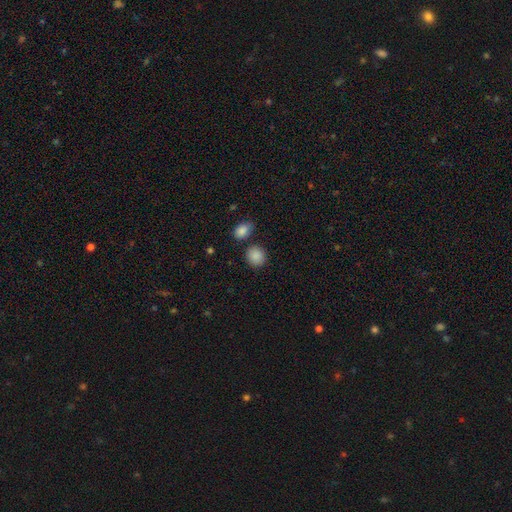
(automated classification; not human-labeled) Smooth or featured?
  - smooth: 88% *
  - star or artifact: 8%
  - featured or disk: 4%
How rounded?
  - round: 79% *
  - in between: 20%
  - cigar-shaped: 1%
Merging?
  - none: 80% *
  - minor disturbance: 10%
  - merger: 8%
  - major disturbance: 3%